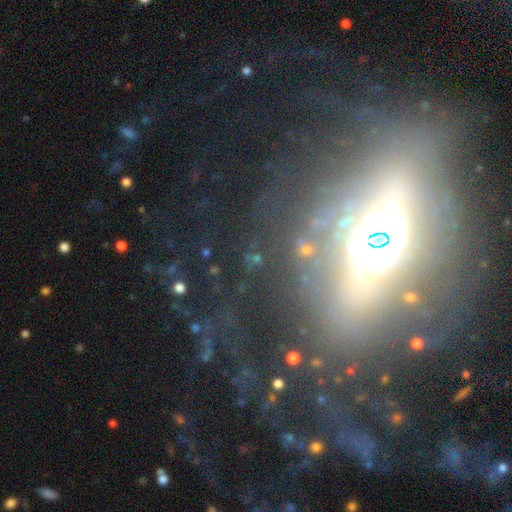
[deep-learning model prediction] Smooth or featured?
  - featured or disk: 53% *
  - star or artifact: 33%
  - smooth: 15%
Edge-on disk?
  - no: 62% *
  - yes: 38%
Merging?
  - none: 63% *
  - major disturbance: 18%
  - minor disturbance: 14%
  - merger: 5%